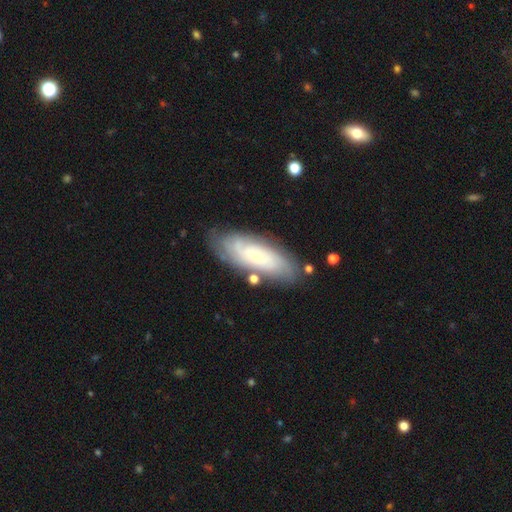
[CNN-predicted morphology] featured or disk 58%, smooth 35%, star or artifact 7%. Down the decision tree: edge-on disk — no (84%); merging — none (75%).